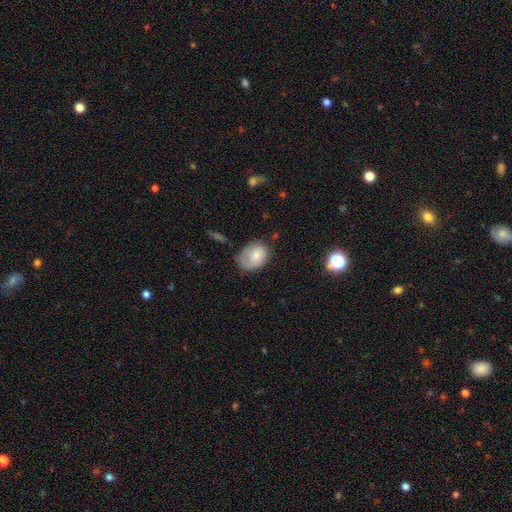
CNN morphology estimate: A smooth galaxy with no disk features (66%) that is in between round and cigar-shaped (68%). Merging: none (55%).